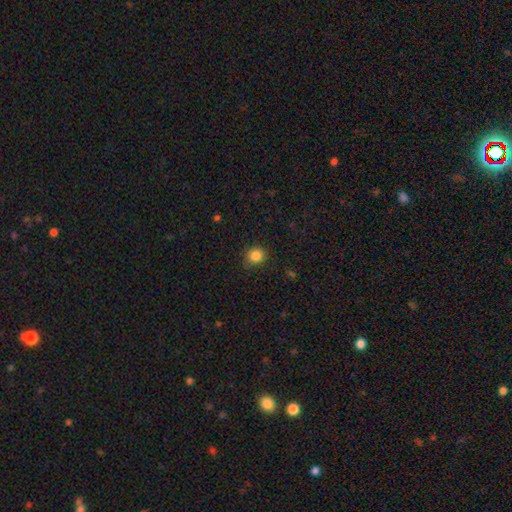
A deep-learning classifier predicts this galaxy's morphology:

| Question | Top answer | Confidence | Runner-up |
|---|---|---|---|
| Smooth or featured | smooth | 85% | star or artifact (11%) |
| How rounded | round | 86% | in between (14%) |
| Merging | none | 85% | minor disturbance (12%) |